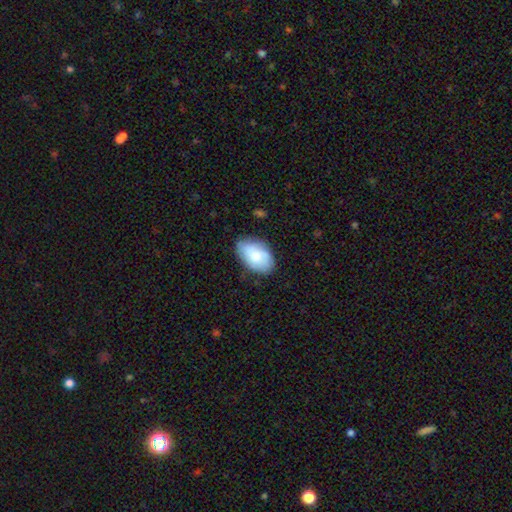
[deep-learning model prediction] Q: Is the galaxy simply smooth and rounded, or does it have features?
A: smooth — 77%.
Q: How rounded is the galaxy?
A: in between — 92%.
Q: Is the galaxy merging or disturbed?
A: none — 75%.